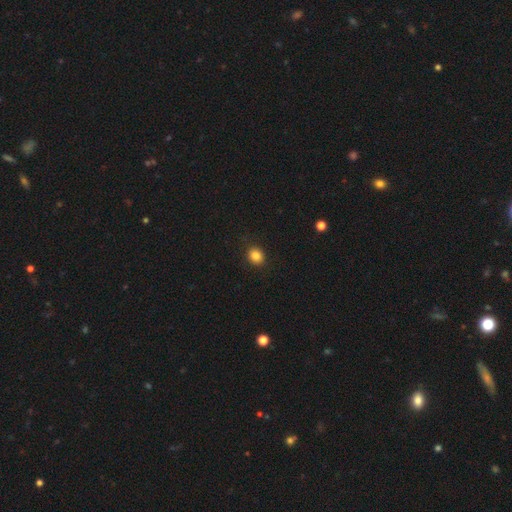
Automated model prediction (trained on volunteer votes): Overall: smooth (85%). How rounded: round (72%). Merging: none (90%).